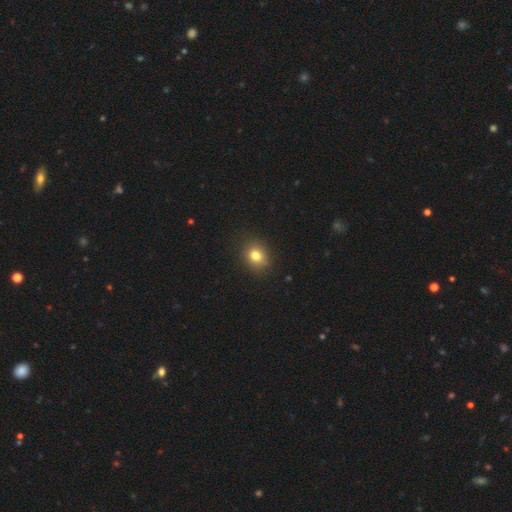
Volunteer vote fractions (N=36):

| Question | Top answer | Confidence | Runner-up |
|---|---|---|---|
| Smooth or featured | smooth | 89% | featured or disk (8%) |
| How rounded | round | 56% | in between (44%) |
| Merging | none | 83% | minor disturbance (14%) |